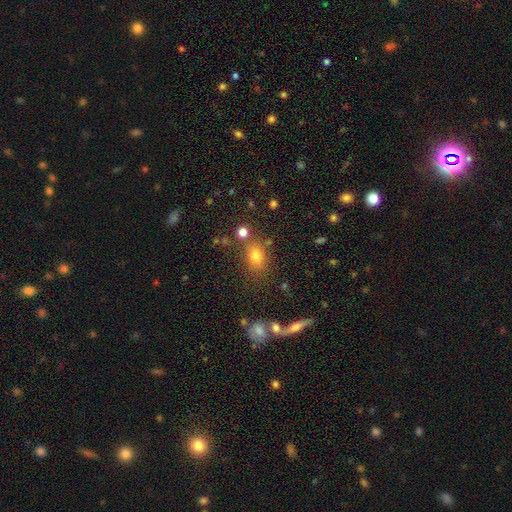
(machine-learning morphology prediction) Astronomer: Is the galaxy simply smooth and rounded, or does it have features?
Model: smooth — 73%.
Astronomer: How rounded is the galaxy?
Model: in between — 65%.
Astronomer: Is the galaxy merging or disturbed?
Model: none — 73%.